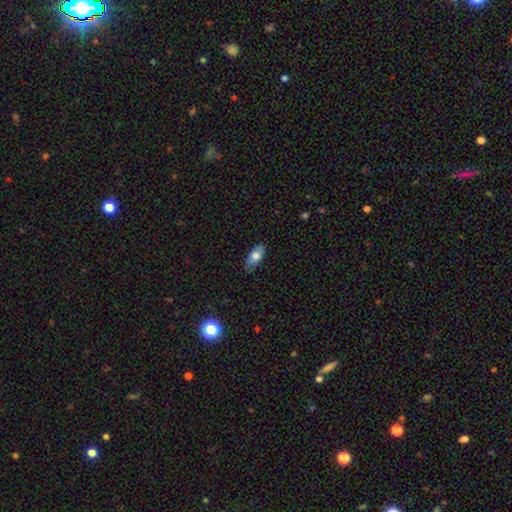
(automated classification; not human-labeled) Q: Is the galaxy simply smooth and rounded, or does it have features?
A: smooth — 74%.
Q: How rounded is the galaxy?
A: in between — 86%.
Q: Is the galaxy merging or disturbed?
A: none — 81%.